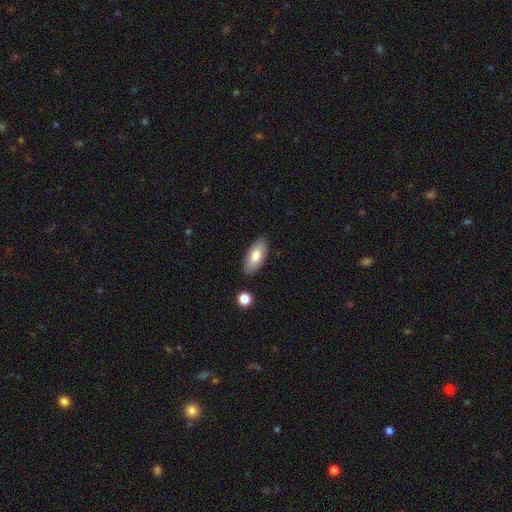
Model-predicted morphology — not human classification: Q: Smooth or featured?
A: smooth (77%); runner-up: featured or disk (17%)
Q: How rounded?
A: in between (88%); runner-up: cigar-shaped (9%)
Q: Merging?
A: none (86%); runner-up: minor disturbance (10%)